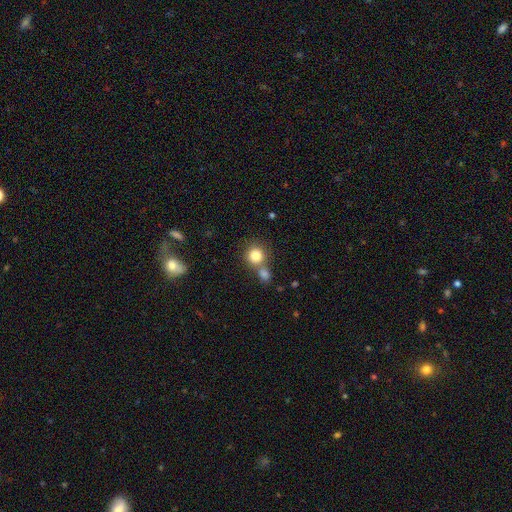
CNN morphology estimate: Overall: smooth (82%). How rounded: round (89%). Merging: none (55%; merger 34%).